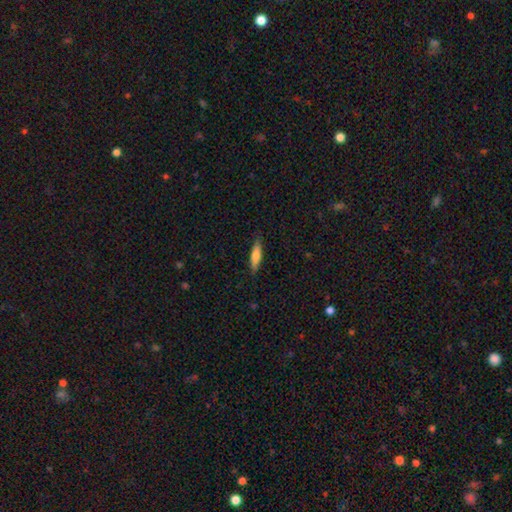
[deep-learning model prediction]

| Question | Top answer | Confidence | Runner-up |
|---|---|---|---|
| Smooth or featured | smooth | 70% | featured or disk (24%) |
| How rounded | cigar-shaped | 74% | in between (25%) |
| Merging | none | 86% | minor disturbance (11%) |